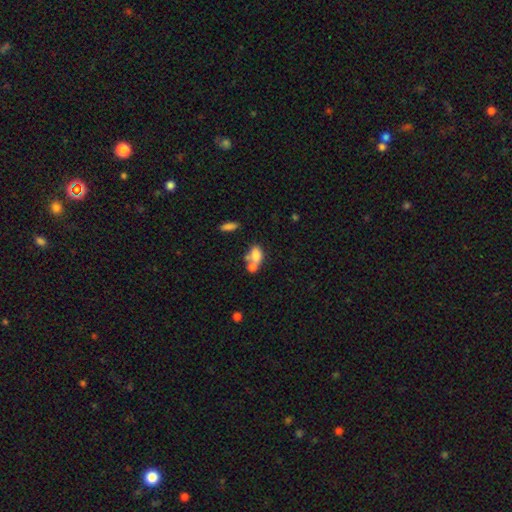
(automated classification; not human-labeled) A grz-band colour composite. It shows a smooth galaxy with no disk features (74%) that is in between round and cigar-shaped (80%). Merging: merger (54%).